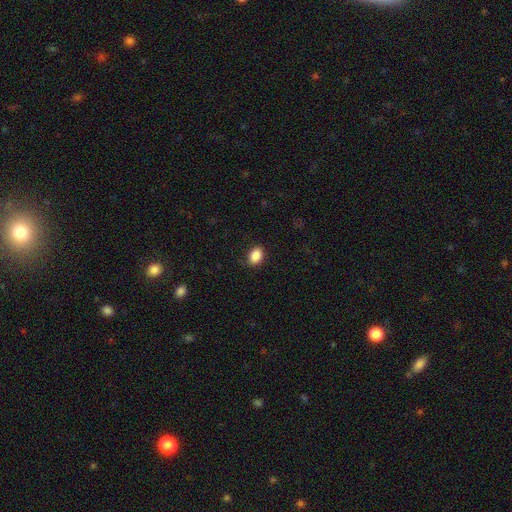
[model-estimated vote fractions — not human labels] A smooth galaxy with no disk features (88%) that is in between round and cigar-shaped (73%).

Vote fractions:
- Smooth or featured? smooth: 88% / star or artifact: 8% / featured or disk: 4%
- How rounded? in between: 73% / round: 26% / cigar-shaped: 1%
- Merging? none: 86% / minor disturbance: 10% / major disturbance: 3% / merger: 1%